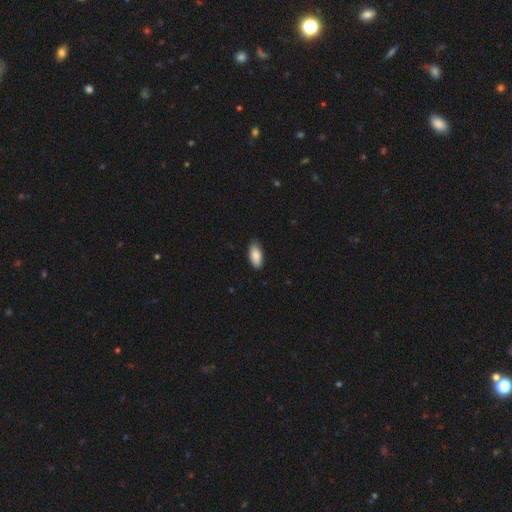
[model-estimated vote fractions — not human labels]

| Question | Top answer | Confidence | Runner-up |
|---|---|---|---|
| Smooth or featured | smooth | 87% | featured or disk (7%) |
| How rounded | in between | 91% | cigar-shaped (7%) |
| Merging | none | 83% | minor disturbance (14%) |